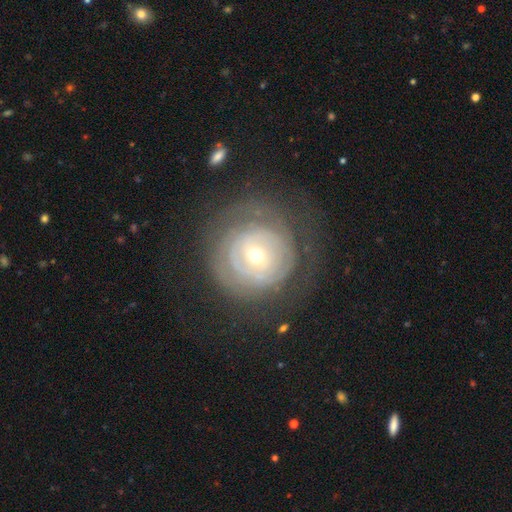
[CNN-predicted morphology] This appears to be a featured or disk galaxy (69%) with no bar (73%), spiral arms (63%) and a small central bulge (64%). Merging: none (64%).